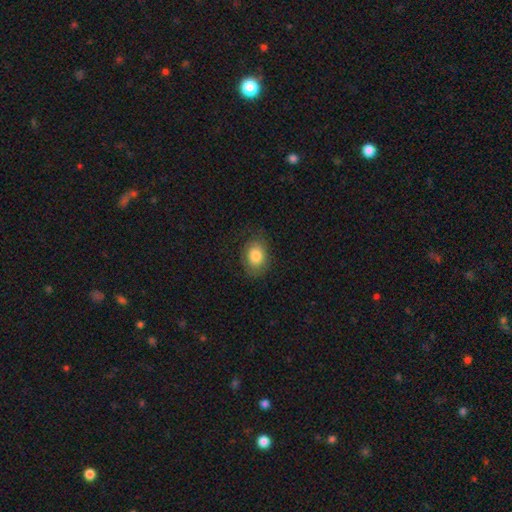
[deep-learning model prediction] A smooth galaxy with no disk features (81%) that is in between round and cigar-shaped (69%). Merging: none (74%).